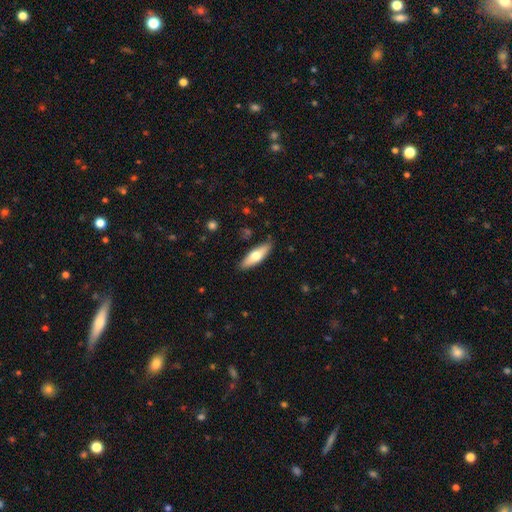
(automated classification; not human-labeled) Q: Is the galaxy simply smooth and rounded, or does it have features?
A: smooth — 60%.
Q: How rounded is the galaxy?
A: cigar-shaped — 52%.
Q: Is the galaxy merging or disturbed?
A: none — 86%.